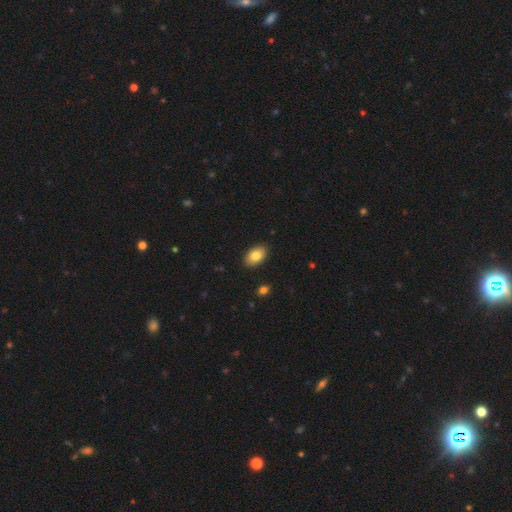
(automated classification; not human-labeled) Smooth or featured? smooth (83%)
How rounded? in between (92%)
Merging? none (89%)